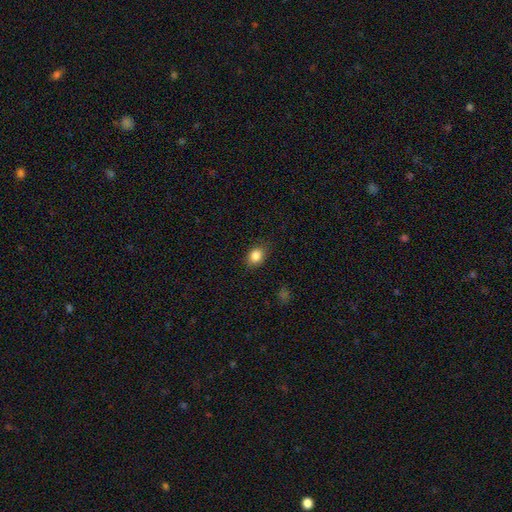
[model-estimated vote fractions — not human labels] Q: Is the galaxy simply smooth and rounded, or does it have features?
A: smooth — 84%.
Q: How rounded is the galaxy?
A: in between — 58%.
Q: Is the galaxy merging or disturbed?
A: none — 84%.